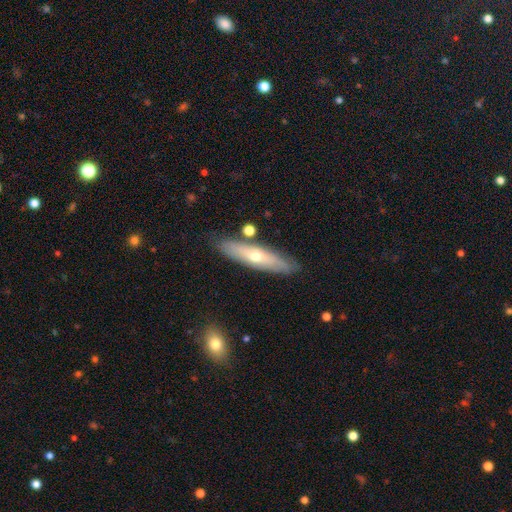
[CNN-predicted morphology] A featured or disk galaxy (50%). Merging: none (82%).